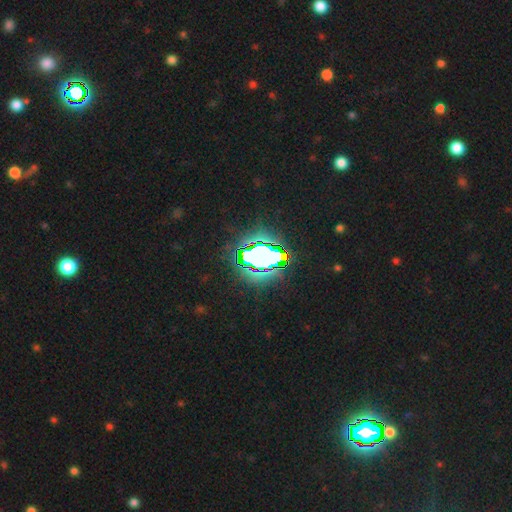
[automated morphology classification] Smooth or featured? star or artifact (71%)